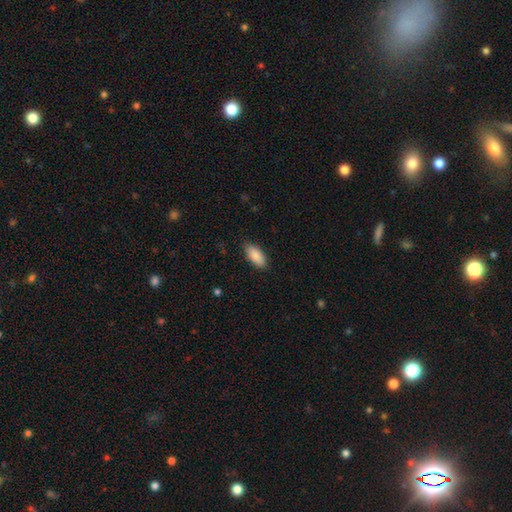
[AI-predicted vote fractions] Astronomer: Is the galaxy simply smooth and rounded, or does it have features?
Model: smooth — 89%.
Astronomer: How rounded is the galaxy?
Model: in between — 89%.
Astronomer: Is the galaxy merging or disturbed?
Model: none — 84%.